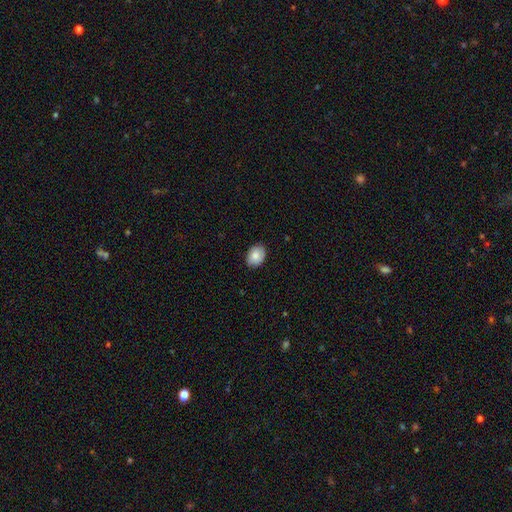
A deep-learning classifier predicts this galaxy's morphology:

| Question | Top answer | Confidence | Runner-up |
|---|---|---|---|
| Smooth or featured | smooth | 76% | featured or disk (17%) |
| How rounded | in between | 68% | round (31%) |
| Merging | none | 83% | minor disturbance (14%) |